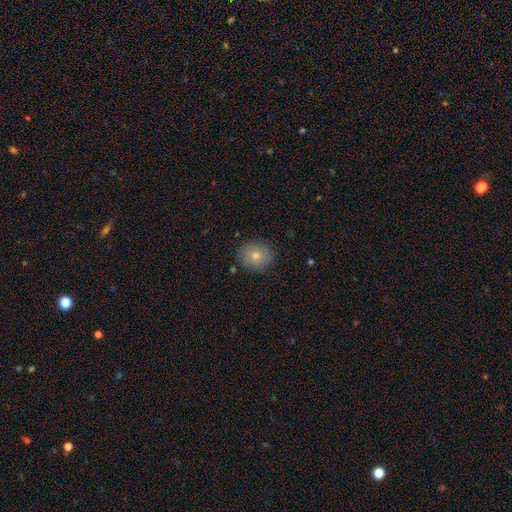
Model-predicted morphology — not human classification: smooth-or-featured: smooth: 70% | featured or disk: 16% | star or artifact: 14%
  how-rounded: round: 75% | in between: 23% | cigar-shaped: 1%
  merging: none: 86% | minor disturbance: 10% | major disturbance: 2% | merger: 1%